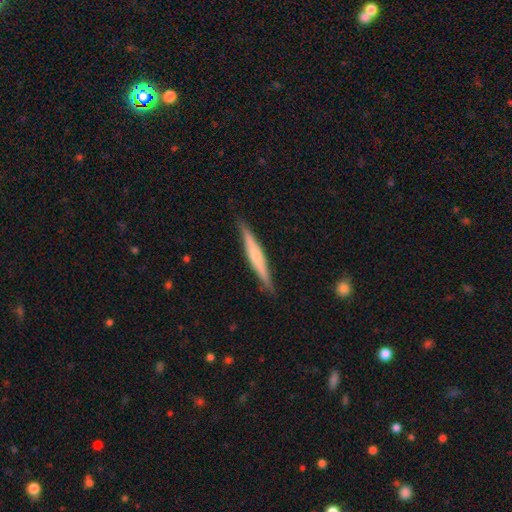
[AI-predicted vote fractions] Smooth or featured: featured or disk — 58% (smooth — 36%)
Edge-on disk: yes — 96% (no — 4%)
Edge-on bulge: rounded — 65% (none — 25%)
Merging: none — 89% (minor disturbance — 9%)